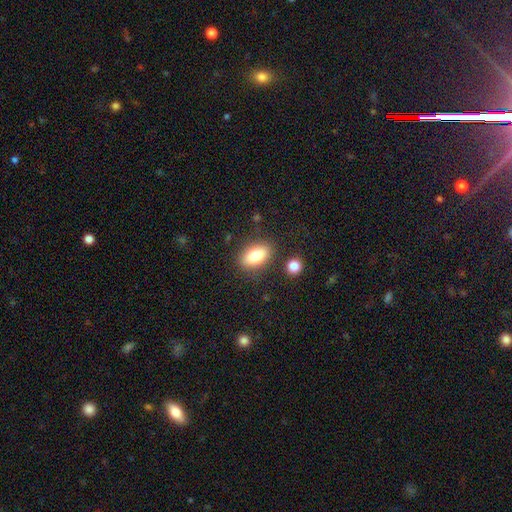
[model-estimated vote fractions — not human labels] This appears to be a smooth galaxy with no disk features (80%) that is in between round and cigar-shaped (87%). Merging: none (81%).